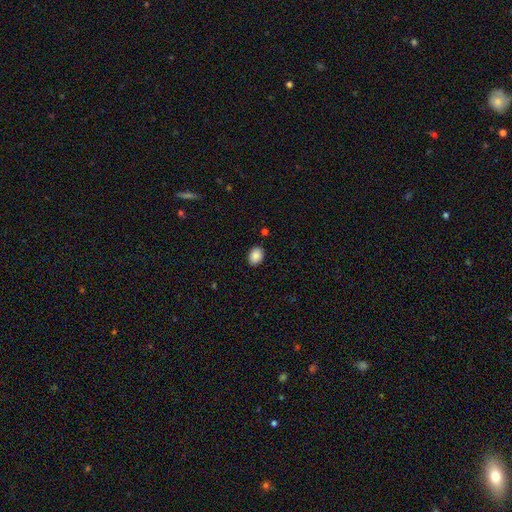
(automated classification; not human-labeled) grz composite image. It shows a smooth galaxy with no disk features (88%) that is in between round and cigar-shaped (67%). Merging: none (88%).